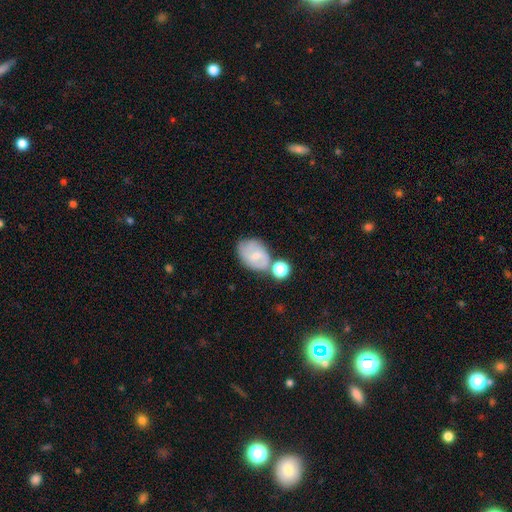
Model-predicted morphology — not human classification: Smooth or featured? smooth (47%)
Merging? none (48%)